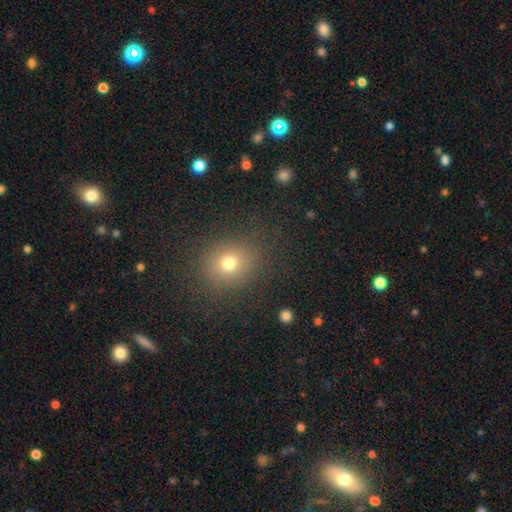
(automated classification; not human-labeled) The model was most divided on "smooth or featured": smooth: 66%, star or artifact: 26%, featured or disk: 8%. More confident: merging — none (90%); how rounded — round (75%).